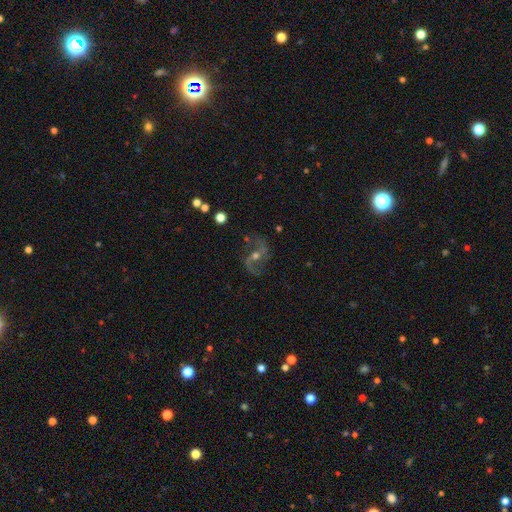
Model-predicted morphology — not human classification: Q: Smooth or featured?
A: featured or disk (85%); runner-up: star or artifact (9%)
Q: Edge-on disk?
A: no (97%); runner-up: yes (3%)
Q: Bar?
A: weak (41%); runner-up: no (36%)
Q: Spiral arms?
A: yes (95%); runner-up: no (5%)
Q: Spiral winding?
A: loose (58%); runner-up: medium (34%)
Q: Spiral arm count?
A: 2 (92%); runner-up: can't tell (2%)
Q: Bulge size?
A: moderate (56%); runner-up: small (38%)
Q: Merging?
A: none (76%); runner-up: minor disturbance (13%)